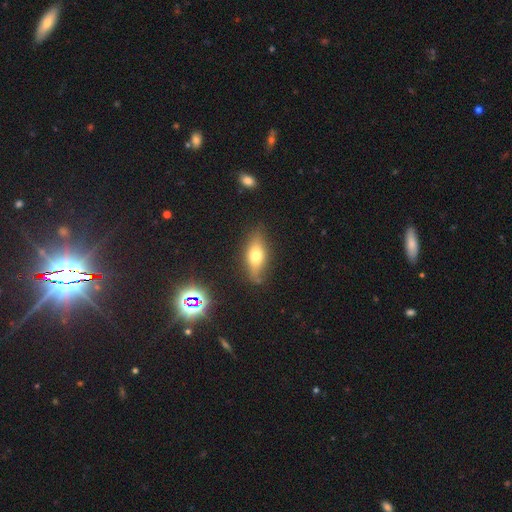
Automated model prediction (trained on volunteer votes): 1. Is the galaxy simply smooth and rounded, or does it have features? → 61% smooth, 29% featured or disk, 10% star or artifact.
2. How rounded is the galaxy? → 70% in between, 24% cigar-shaped, 6% round.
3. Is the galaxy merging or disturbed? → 77% none, 16% minor disturbance, 4% major disturbance, 3% merger.